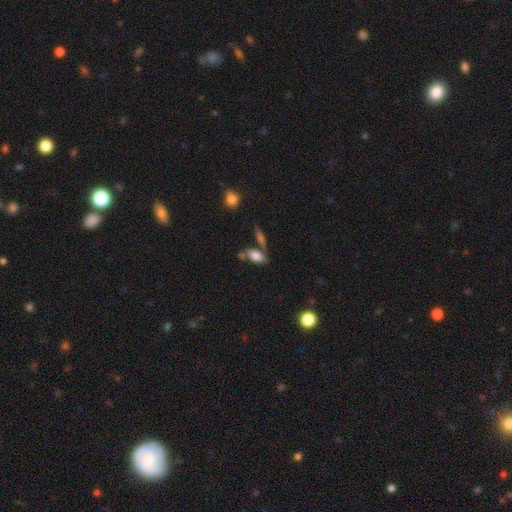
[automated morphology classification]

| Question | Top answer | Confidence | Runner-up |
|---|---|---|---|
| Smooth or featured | smooth | 79% | featured or disk (12%) |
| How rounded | in between | 87% | cigar-shaped (7%) |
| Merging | none | 56% | merger (22%) |